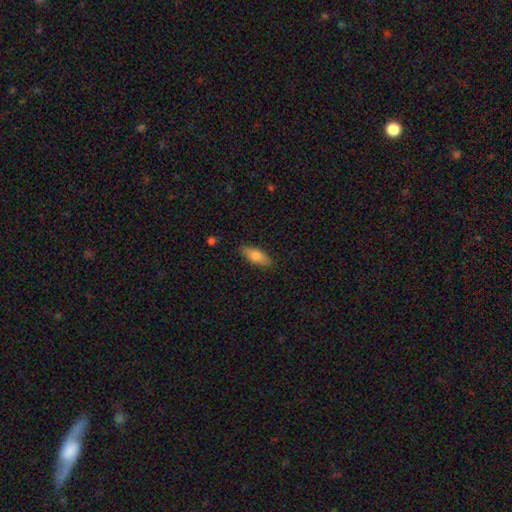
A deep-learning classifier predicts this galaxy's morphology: The model was most divided on "how rounded": in between: 71%, cigar-shaped: 27%, round: 2%. More confident: merging — none (84%); smooth or featured — smooth (78%).